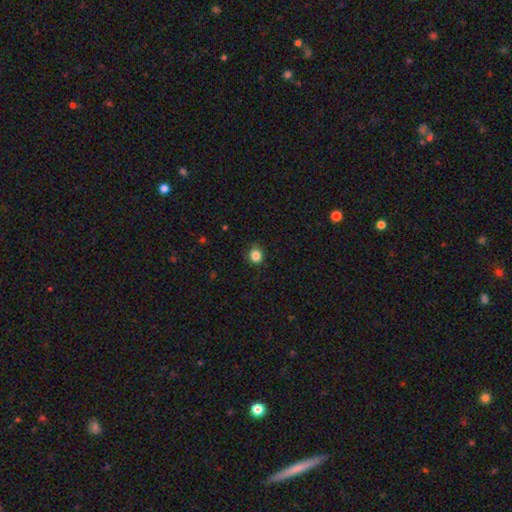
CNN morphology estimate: Overall: smooth (85%). How rounded: round (85%). Merging: none (85%).